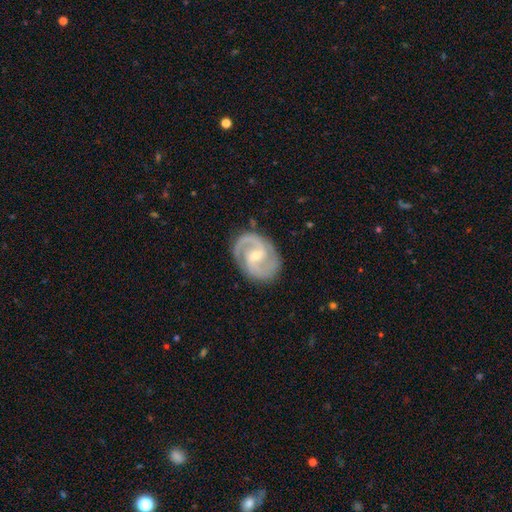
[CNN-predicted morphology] featured or disk 91%, smooth 5%, star or artifact 4%. Down the decision tree: edge-on disk — no (98%); bar — weak (49%); spiral arms — yes (98%); spiral arm count — 2 (92%); spiral winding — medium (58%); bulge size — small (54%); merging — none (84%).